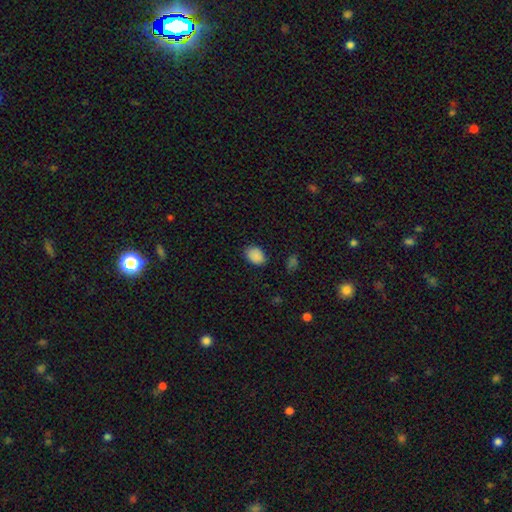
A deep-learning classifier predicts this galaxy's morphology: smooth-or-featured: smooth: 87% | star or artifact: 9% | featured or disk: 4%
  how-rounded: in between: 80% | round: 19% | cigar-shaped: 1%
  merging: none: 81% | minor disturbance: 14% | major disturbance: 3% | merger: 2%